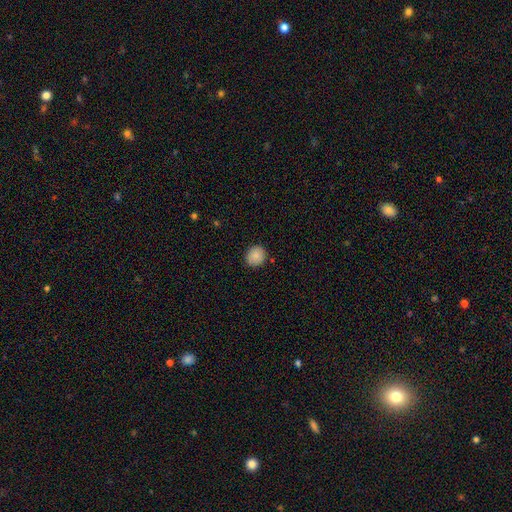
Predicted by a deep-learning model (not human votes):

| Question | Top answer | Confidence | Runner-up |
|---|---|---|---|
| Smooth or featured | smooth | 87% | star or artifact (8%) |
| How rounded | round | 74% | in between (25%) |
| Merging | none | 86% | minor disturbance (10%) |